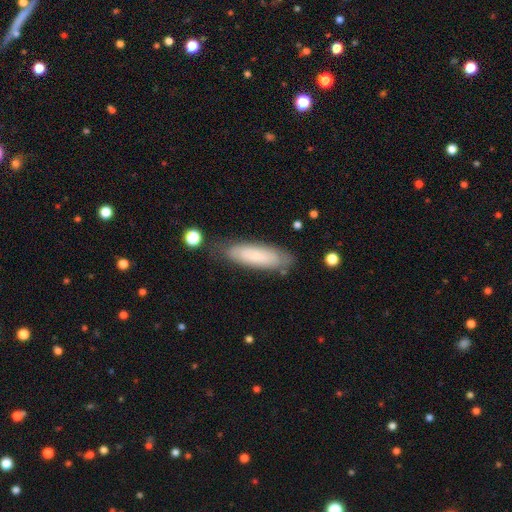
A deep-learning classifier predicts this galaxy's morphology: smooth_or_featured: smooth (p=0.66) [alt: featured or disk p=0.27]
how_rounded: cigar-shaped (p=0.49) [tied with: in between p=0.49]
merging: none (p=0.74) [alt: minor disturbance p=0.18]